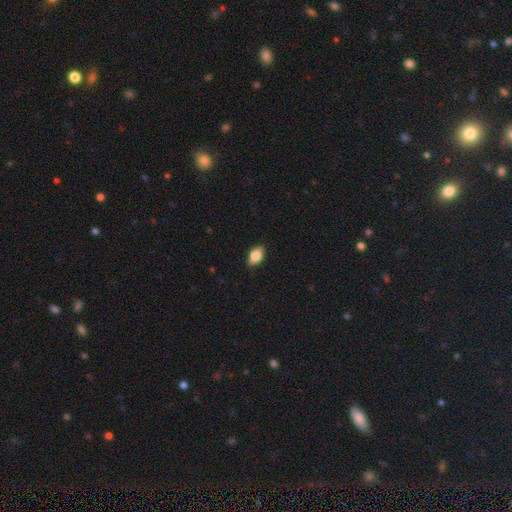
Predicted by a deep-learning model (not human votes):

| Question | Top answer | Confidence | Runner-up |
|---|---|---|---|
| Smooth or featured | smooth | 82% | featured or disk (10%) |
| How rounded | in between | 89% | round (8%) |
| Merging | none | 84% | minor disturbance (13%) |